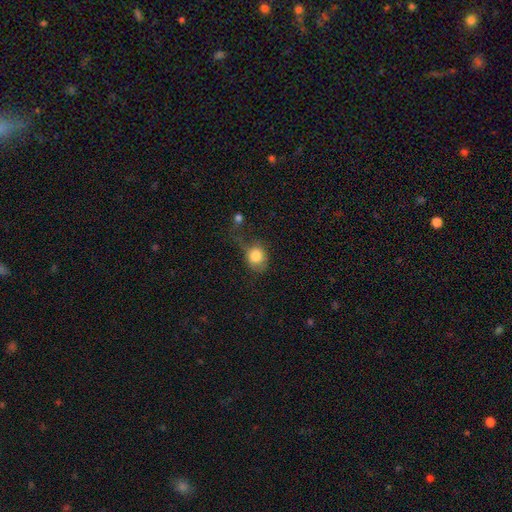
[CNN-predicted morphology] Q: Smooth or featured?
A: smooth (82%); runner-up: featured or disk (9%)
Q: How rounded?
A: round (61%); runner-up: in between (38%)
Q: Merging?
A: none (37%); runner-up: minor disturbance (30%)